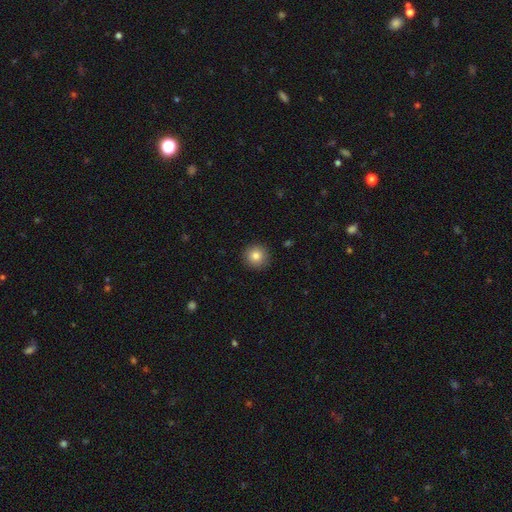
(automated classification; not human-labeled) smooth_or_featured: smooth (p=0.84) [alt: star or artifact p=0.10]
how_rounded: round (p=0.95) [alt: in between p=0.04]
merging: none (p=0.92) [alt: minor disturbance p=0.05]